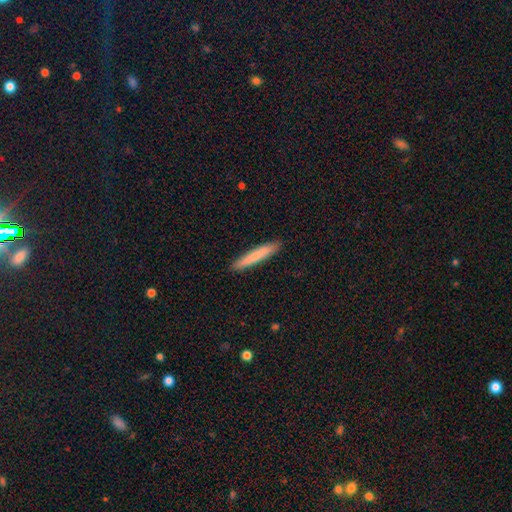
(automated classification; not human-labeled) The model was most divided on "smooth or featured": smooth: 76%, featured or disk: 18%, star or artifact: 6%. More confident: how rounded — cigar-shaped (95%); merging — none (91%).